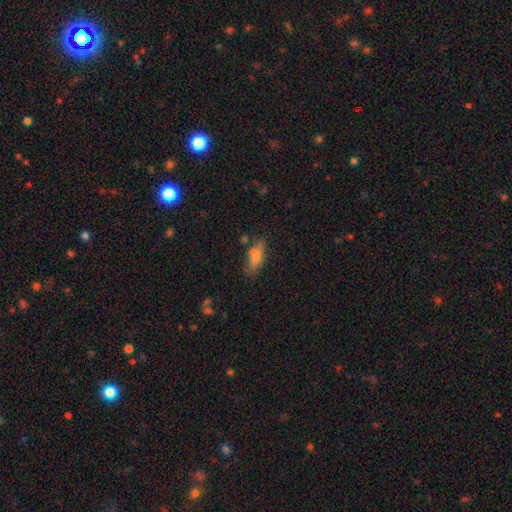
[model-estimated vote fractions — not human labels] Smooth or featured?
  - smooth: 67% *
  - featured or disk: 23%
  - star or artifact: 10%
How rounded?
  - in between: 73% *
  - cigar-shaped: 23%
  - round: 4%
Merging?
  - none: 67% *
  - minor disturbance: 21%
  - major disturbance: 6%
  - merger: 6%